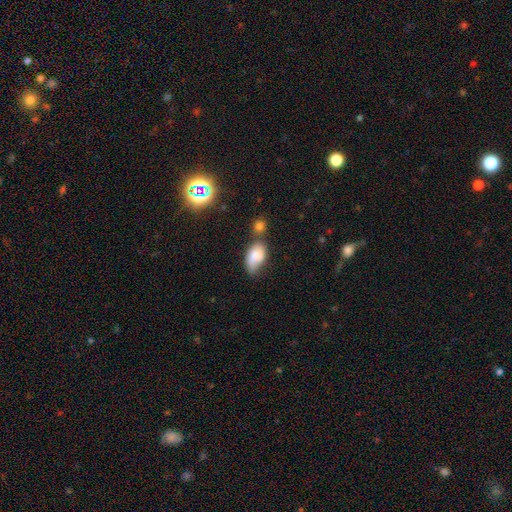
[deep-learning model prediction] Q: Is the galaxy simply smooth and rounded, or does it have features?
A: smooth — 76%.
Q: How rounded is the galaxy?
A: in between — 91%.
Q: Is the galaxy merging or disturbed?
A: none — 33%.